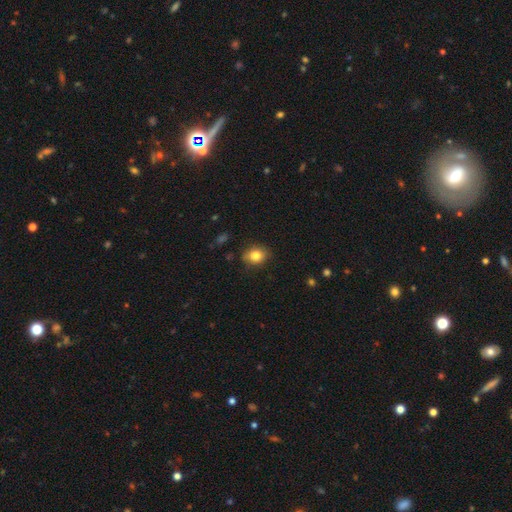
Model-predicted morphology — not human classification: Overall: smooth (82%). How rounded: round (51%; in between 48%). Merging: none (83%).